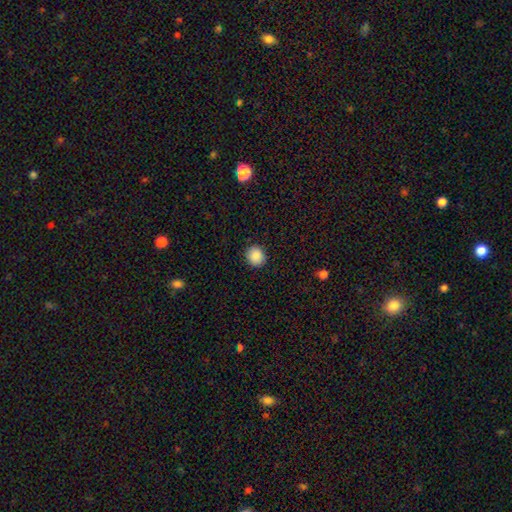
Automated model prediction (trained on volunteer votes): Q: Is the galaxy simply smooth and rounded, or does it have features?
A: smooth — 88%.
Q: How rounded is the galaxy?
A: round — 79%.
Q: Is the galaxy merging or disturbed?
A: none — 91%.